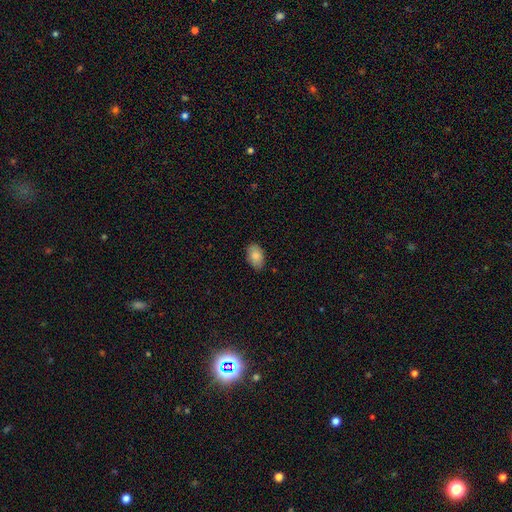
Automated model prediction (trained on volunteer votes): Smooth or featured? smooth (84%)
How rounded? in between (92%)
Merging? none (84%)